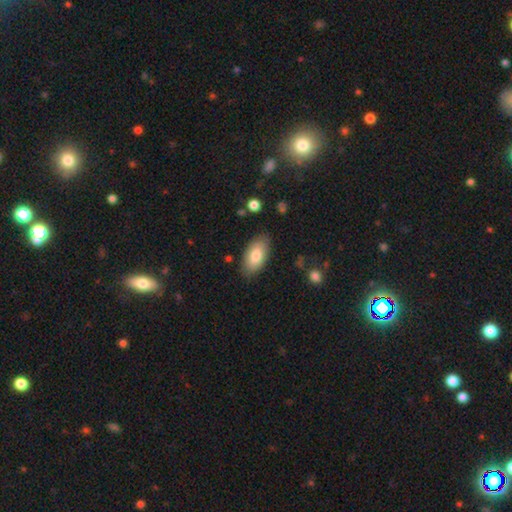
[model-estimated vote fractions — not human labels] A smooth galaxy with no disk features (80%) that is in between round and cigar-shaped (93%).

Vote fractions:
- Smooth or featured? smooth: 80% / featured or disk: 14% / star or artifact: 6%
- How rounded? in between: 93% / cigar-shaped: 5% / round: 3%
- Merging? none: 83% / minor disturbance: 12% / major disturbance: 3% / merger: 2%